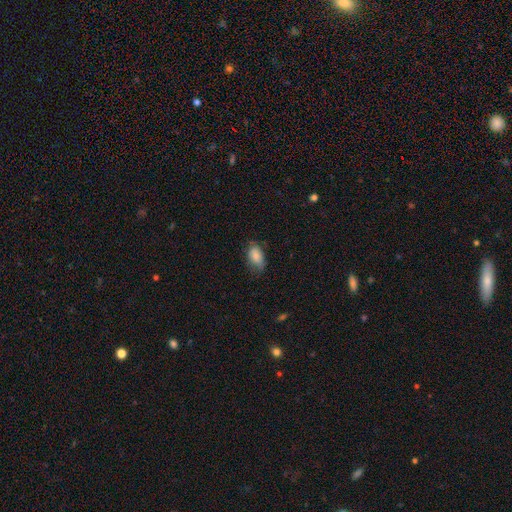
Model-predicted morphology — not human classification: The model was most divided on "merging": none: 56%, minor disturbance: 32%, major disturbance: 10%, merger: 1%. More confident: how rounded — in between (90%); smooth or featured — smooth (83%).